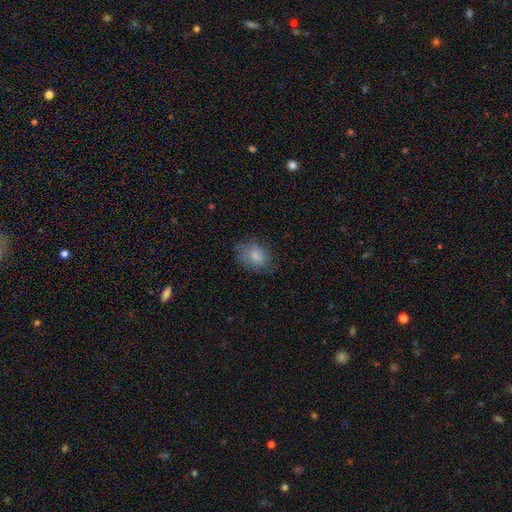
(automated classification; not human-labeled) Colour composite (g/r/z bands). It shows a smooth galaxy with no disk features (78%) that is in between round and cigar-shaped (68%). Merging: none (68%).